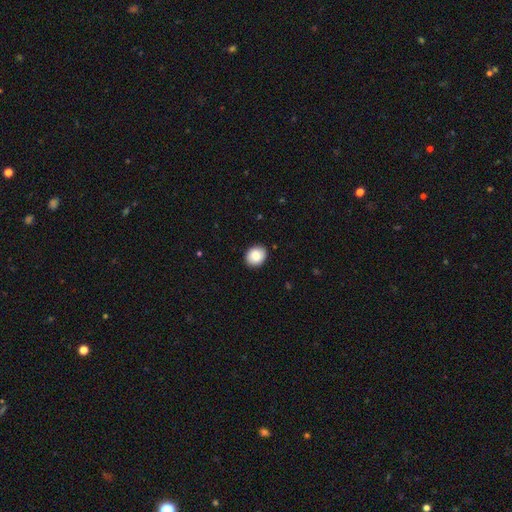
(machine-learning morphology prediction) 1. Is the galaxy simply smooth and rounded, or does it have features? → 87% smooth, 8% star or artifact, 6% featured or disk.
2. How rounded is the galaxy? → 60% round, 39% in between, 1% cigar-shaped.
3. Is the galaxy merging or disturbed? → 89% none, 8% minor disturbance, 2% major disturbance, 1% merger.